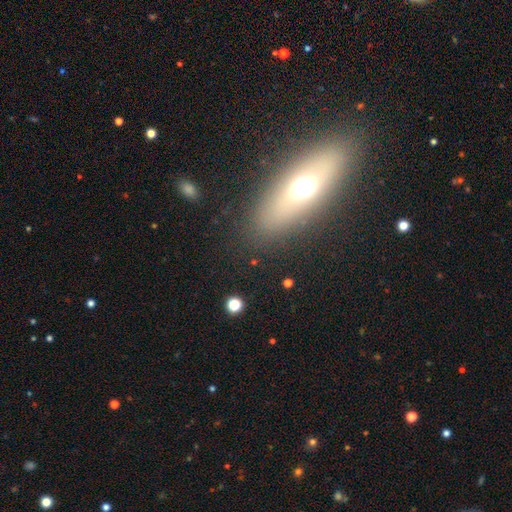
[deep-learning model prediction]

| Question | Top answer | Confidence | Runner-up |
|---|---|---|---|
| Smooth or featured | smooth | 46% | featured or disk (42%) |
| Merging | none | 87% | minor disturbance (8%) |